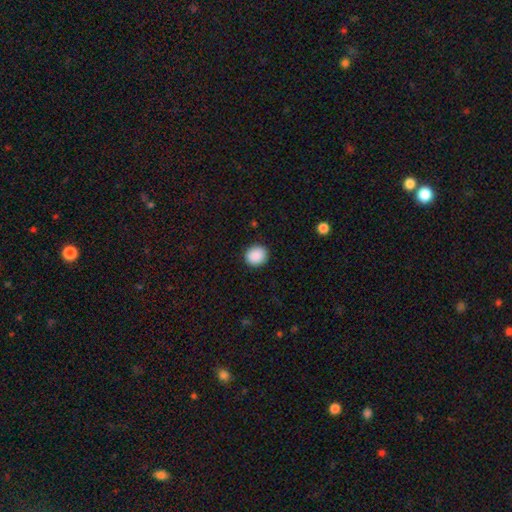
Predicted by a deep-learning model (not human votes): Smooth or featured? smooth (90%)
How rounded? round (82%)
Merging? none (91%)